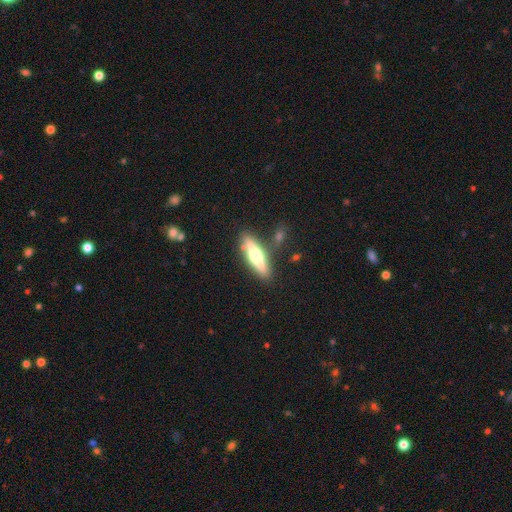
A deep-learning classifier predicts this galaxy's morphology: Q: Smooth or featured?
A: featured or disk (53%); runner-up: smooth (41%)
Q: Edge-on disk?
A: yes (90%); runner-up: no (10%)
Q: Merging?
A: none (78%); runner-up: minor disturbance (12%)